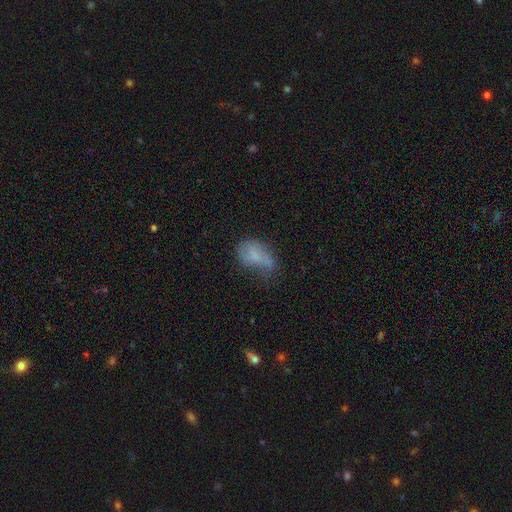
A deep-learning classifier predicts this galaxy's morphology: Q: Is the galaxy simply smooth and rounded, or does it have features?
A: smooth — 57%.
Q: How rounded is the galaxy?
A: in between — 86%.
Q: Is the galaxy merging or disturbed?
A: none — 35%, tied with minor disturbance.